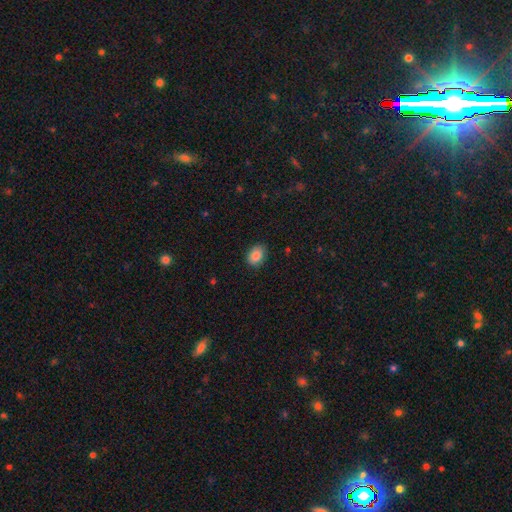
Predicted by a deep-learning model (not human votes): This appears to be a smooth galaxy with no disk features (86%) that is in between round and cigar-shaped (70%). Merging: none (85%).